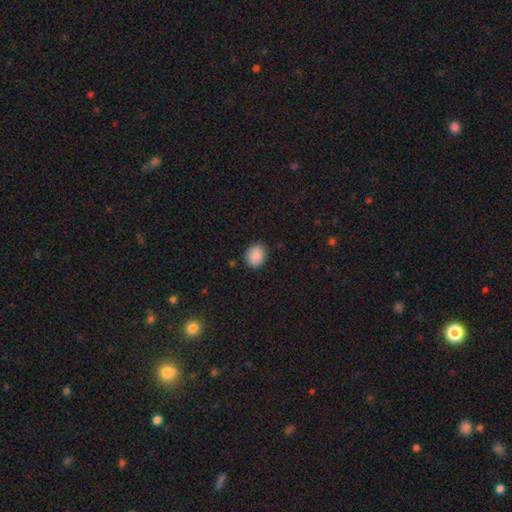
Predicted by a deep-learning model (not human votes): Smooth or featured? smooth (89%)
How rounded? round (54%)
Merging? none (87%)